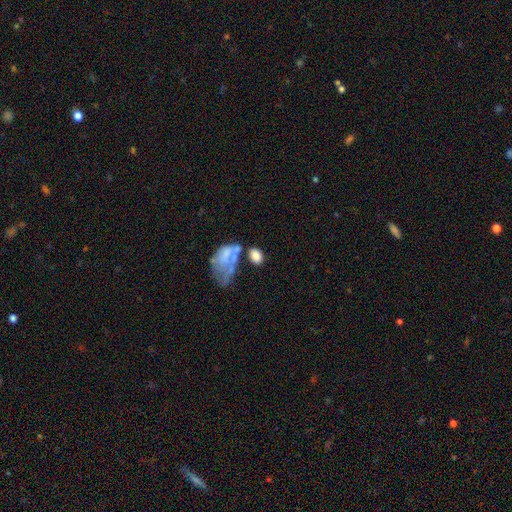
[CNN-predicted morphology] Smooth or featured? smooth (68%)
How rounded? in between (86%)
Merging? merger (32%)